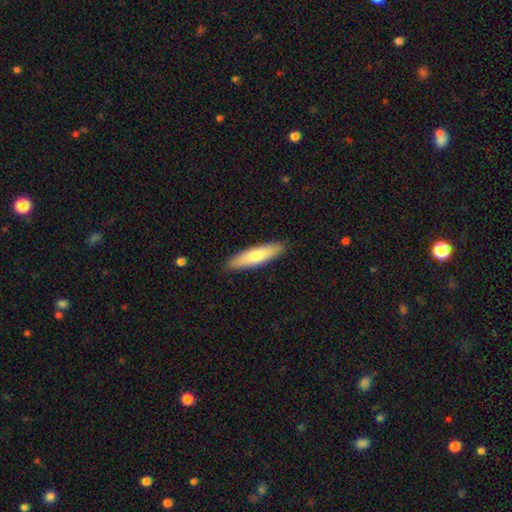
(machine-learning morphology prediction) This appears to be a smooth galaxy with no disk features (73%) that is cigar-shaped (68%). Merging: none (90%).